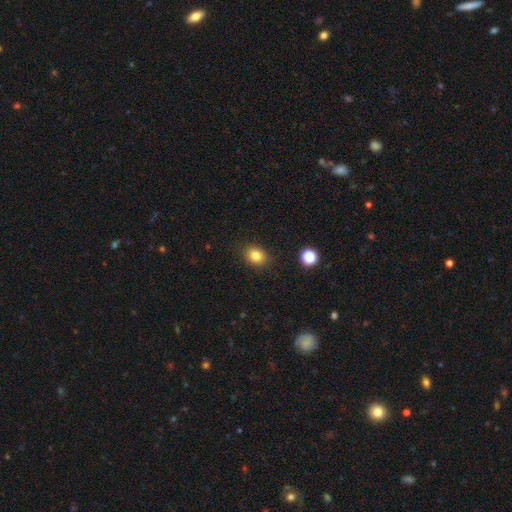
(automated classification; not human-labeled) A smooth galaxy with no disk features (82%) that is in between round and cigar-shaped (53%).

Vote fractions:
- Smooth or featured? smooth: 82% / star or artifact: 11% / featured or disk: 6%
- How rounded? in between: 53% / round: 46% / cigar-shaped: 1%
- Merging? none: 86% / minor disturbance: 10% / major disturbance: 3% / merger: 2%